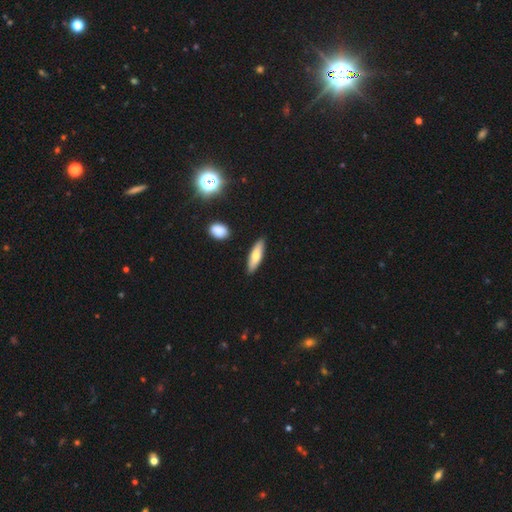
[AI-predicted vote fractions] A smooth galaxy with no disk features (69%) that is cigar-shaped (61%). Merging: none (87%).